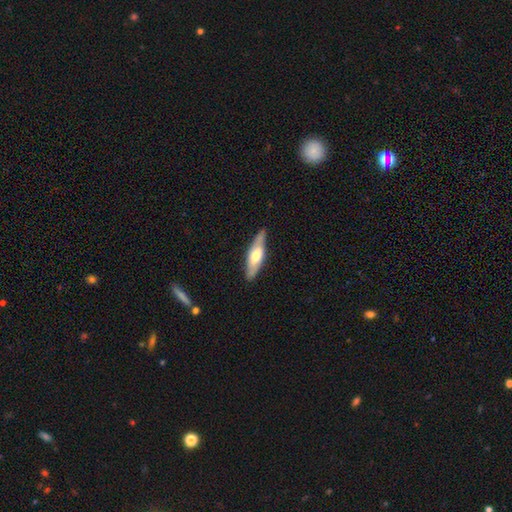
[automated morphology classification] Q: Smooth or featured?
A: featured or disk (50%); runner-up: smooth (45%)
Q: Edge-on disk?
A: yes (73%); runner-up: no (27%)
Q: Merging?
A: none (81%); runner-up: minor disturbance (15%)